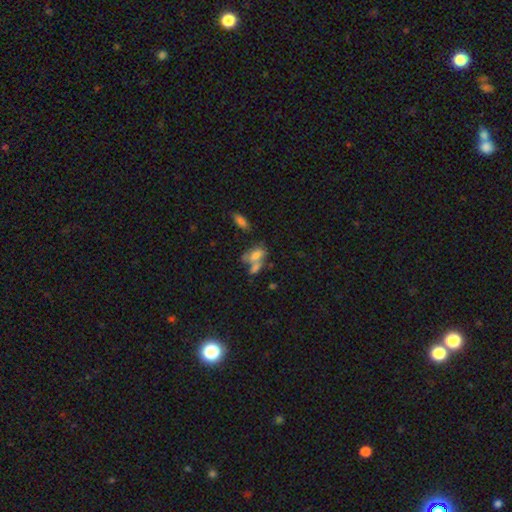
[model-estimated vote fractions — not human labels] smooth-or-featured: smooth: 64% | featured or disk: 24% | star or artifact: 12%
  how-rounded: in between: 84% | round: 9% | cigar-shaped: 7%
  merging: merger: 44% | none: 32% | minor disturbance: 15% | major disturbance: 10%